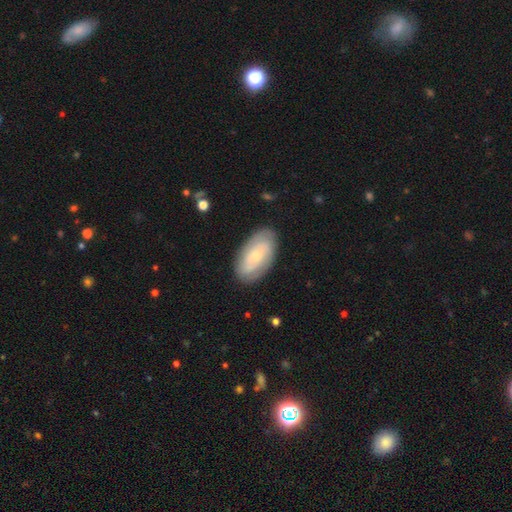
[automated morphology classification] Smooth or featured? featured or disk (56%)
Edge-on disk? no (92%)
Bar? no (66%)
Spiral arms? yes (68%)
Bulge size? small (57%)
Merging? none (83%)